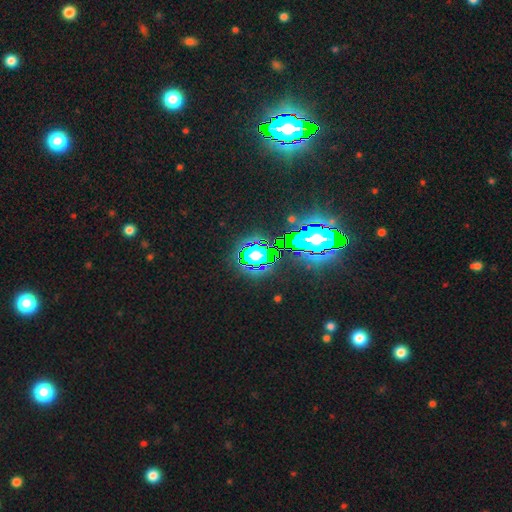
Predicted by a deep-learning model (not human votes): A star or artifact, not a galaxy (64%).

Vote fractions:
- Smooth or featured? star or artifact: 64% / smooth: 23% / featured or disk: 13%